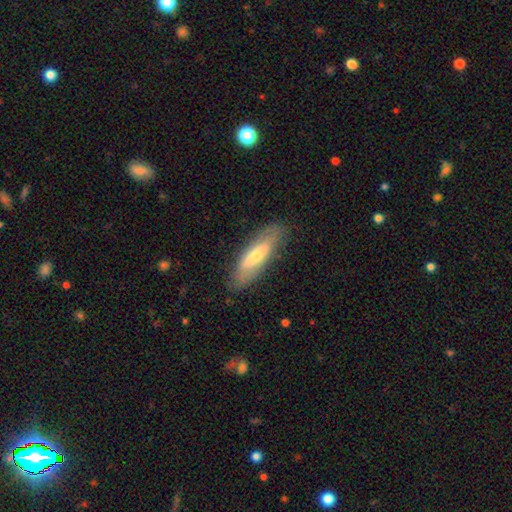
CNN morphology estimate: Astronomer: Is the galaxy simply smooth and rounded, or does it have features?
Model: smooth — 53% (runner-up: featured or disk, 41%).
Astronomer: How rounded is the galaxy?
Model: cigar-shaped — 57% (runner-up: in between, 41%).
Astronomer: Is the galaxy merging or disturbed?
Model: none — 82%.